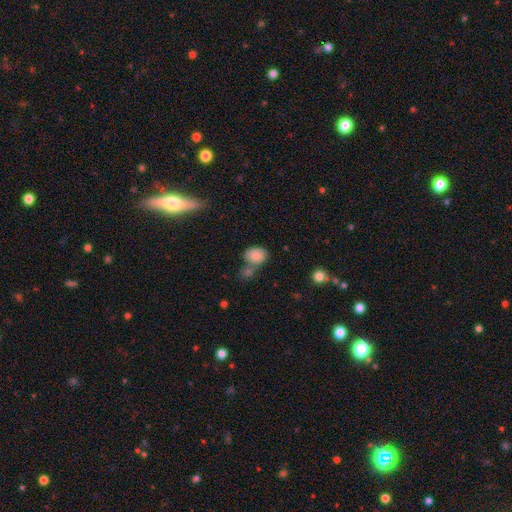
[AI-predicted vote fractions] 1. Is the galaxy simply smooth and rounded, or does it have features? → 82% smooth, 10% featured or disk, 9% star or artifact.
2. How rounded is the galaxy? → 62% in between, 37% round, 1% cigar-shaped.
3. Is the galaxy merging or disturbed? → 44% none, 32% merger, 18% minor disturbance, 7% major disturbance.